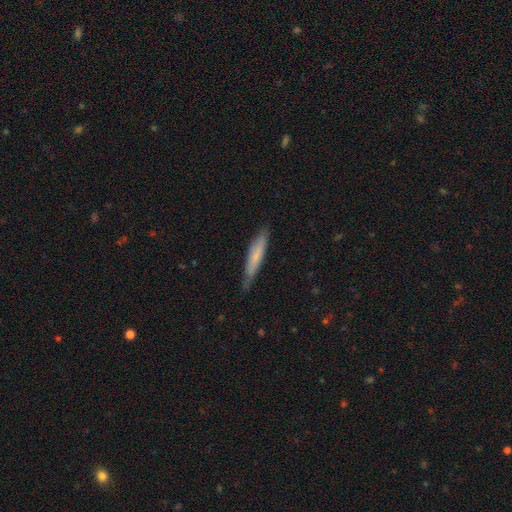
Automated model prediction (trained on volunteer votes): This appears to be a smooth galaxy with no disk features (65%) that is cigar-shaped (91%). Merging: none (77%).